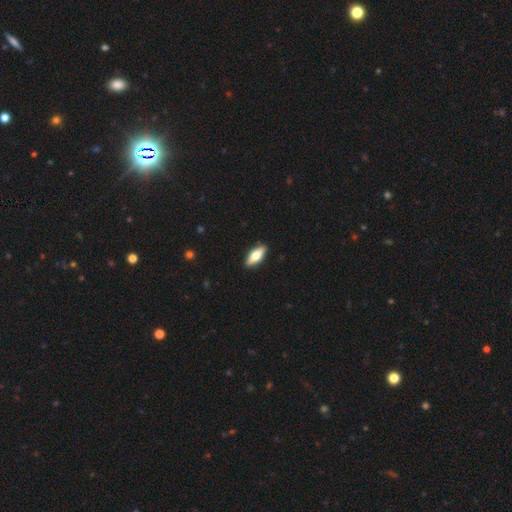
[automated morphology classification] Smooth or featured?
  - smooth: 56% *
  - featured or disk: 38%
  - star or artifact: 6%
How rounded?
  - in between: 68% *
  - cigar-shaped: 29%
  - round: 3%
Merging?
  - none: 90% *
  - minor disturbance: 8%
  - major disturbance: 2%
  - merger: 1%